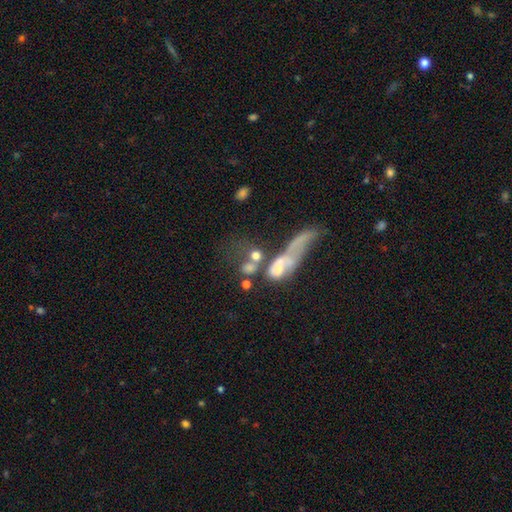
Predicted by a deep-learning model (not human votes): Morphology: type=smooth (58%); roundness=round (47%); merging=merger (49%).